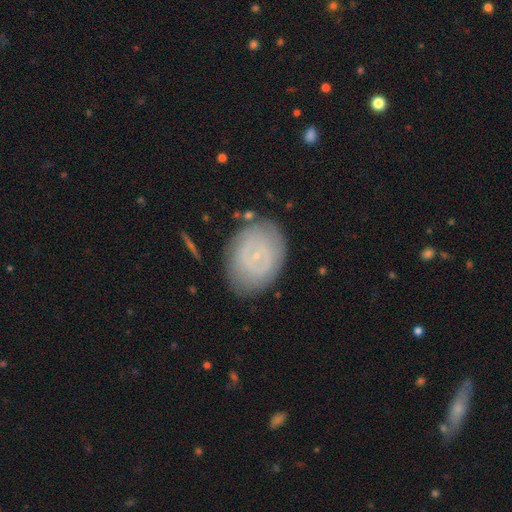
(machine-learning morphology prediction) smooth-or-featured: featured or disk: 59% | smooth: 32% | star or artifact: 9%
  disk-edge-on: no: 96% | yes: 4%
    bar: no: 49% | weak: 39% | strong: 11%
    has-spiral-arms: yes: 71% | no: 29%
    bulge-size: small: 81% | none: 10% | moderate: 7% | large: 1% | dominant: 1%
  merging: none: 80% | minor disturbance: 14% | major disturbance: 4% | merger: 2%